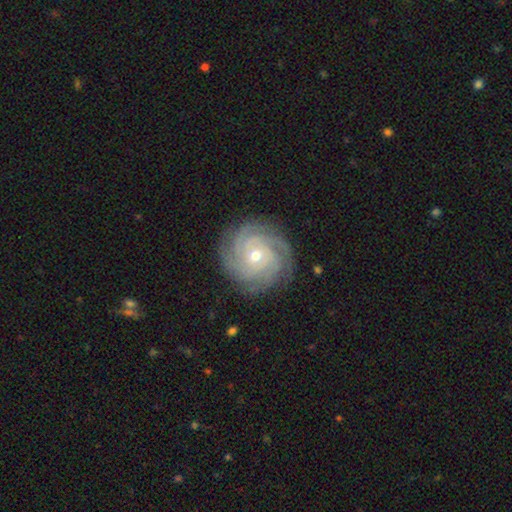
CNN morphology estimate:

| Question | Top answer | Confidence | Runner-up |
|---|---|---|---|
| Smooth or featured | featured or disk | 89% | smooth (5%) |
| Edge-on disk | no | 98% | yes (2%) |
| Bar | no | 69% | weak (24%) |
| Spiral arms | yes | 98% | no (2%) |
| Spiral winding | tight | 80% | medium (17%) |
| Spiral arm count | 4 | 36% | 3 (19%) |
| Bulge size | small | 51% | moderate (46%) |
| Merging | none | 85% | minor disturbance (11%) |